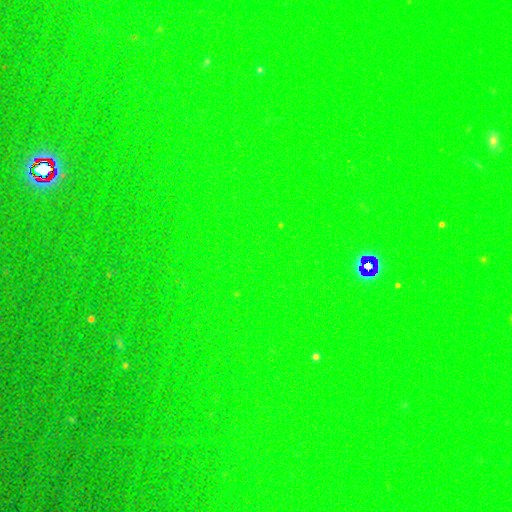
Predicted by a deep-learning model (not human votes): This is likely a star or artifact rather than a galaxy (77%).